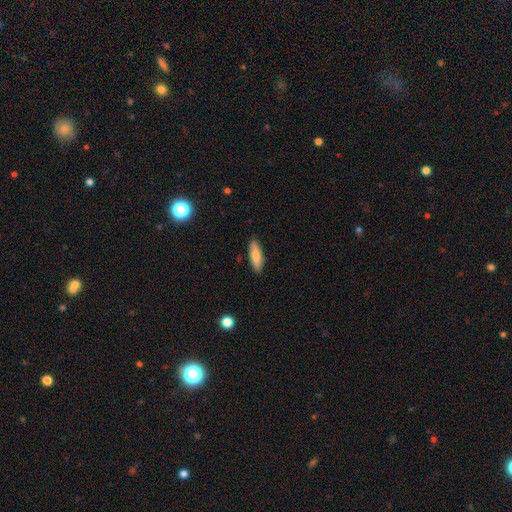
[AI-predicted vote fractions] smooth 75%, featured or disk 18%, star or artifact 7%. Down the decision tree: how rounded — cigar-shaped (50%); merging — none (88%).